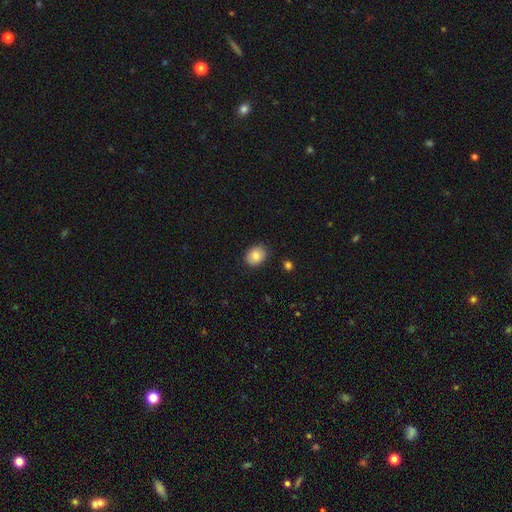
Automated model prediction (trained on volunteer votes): Smooth or featured: smooth — 82% (featured or disk — 10%)
How rounded: in between — 51% (round — 48%)
Merging: none — 87% (minor disturbance — 10%)